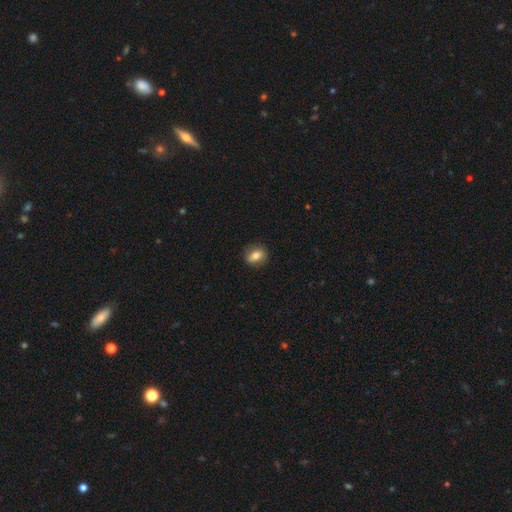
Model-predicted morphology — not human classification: smooth-or-featured: smooth: 76% | featured or disk: 16% | star or artifact: 9%
  how-rounded: in between: 57% | round: 41% | cigar-shaped: 2%
  merging: none: 85% | minor disturbance: 11% | major disturbance: 3% | merger: 1%